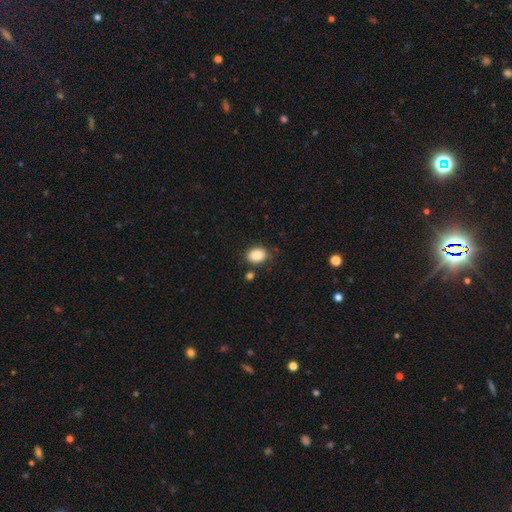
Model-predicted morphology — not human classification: Smooth or featured? Predicted: smooth (p=0.88). How rounded? Predicted: in between (p=0.69). Merging? Predicted: none (p=0.80).